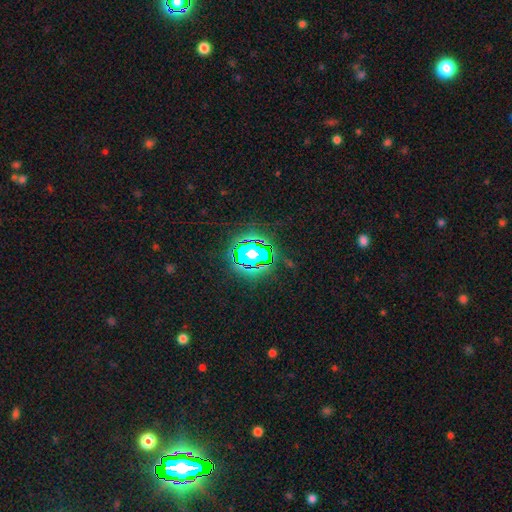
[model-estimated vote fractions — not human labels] A star or artifact, not a galaxy (80%).

Vote fractions:
- Smooth or featured? star or artifact: 80% / smooth: 13% / featured or disk: 7%